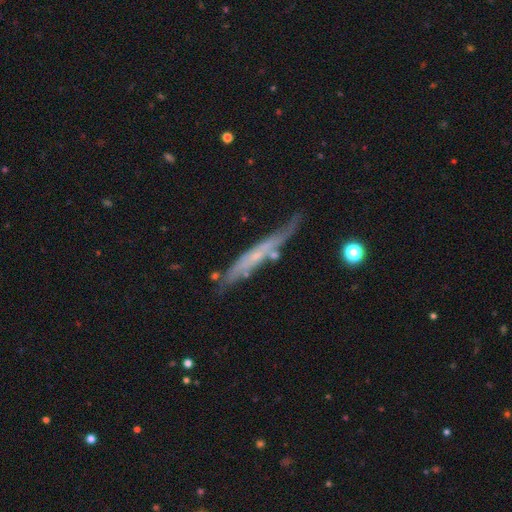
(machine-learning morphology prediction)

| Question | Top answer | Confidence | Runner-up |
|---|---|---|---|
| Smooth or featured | featured or disk | 62% | smooth (31%) |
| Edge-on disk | yes | 78% | no (22%) |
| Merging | none | 62% | minor disturbance (24%) |